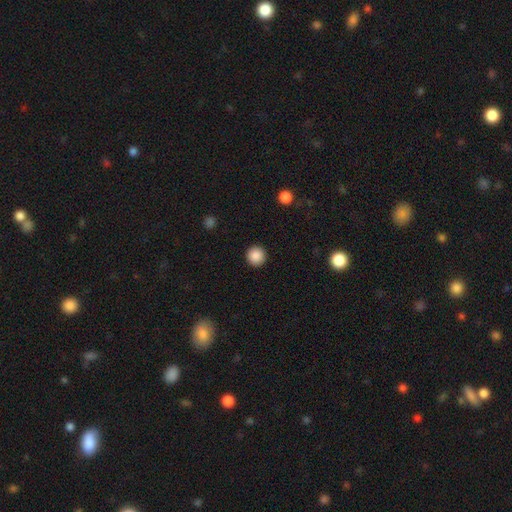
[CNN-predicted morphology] Smooth or featured? smooth (88%)
How rounded? round (96%)
Merging? none (93%)